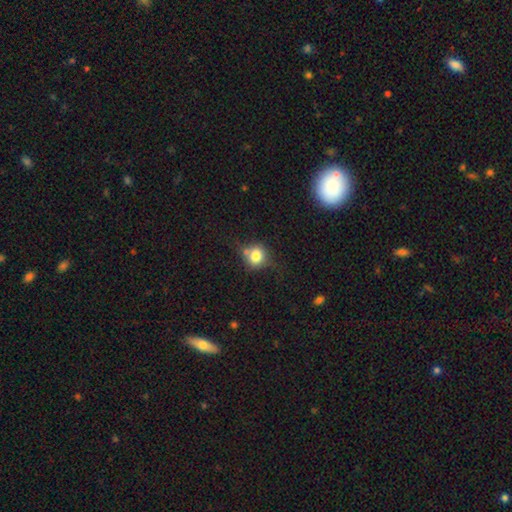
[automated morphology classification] A smooth galaxy with no disk features (75%) that is round (79%).

Vote fractions:
- Smooth or featured? smooth: 75% / featured or disk: 14% / star or artifact: 12%
- How rounded? round: 79% / in between: 20% / cigar-shaped: 1%
- Merging? none: 60% / minor disturbance: 21% / merger: 12% / major disturbance: 7%